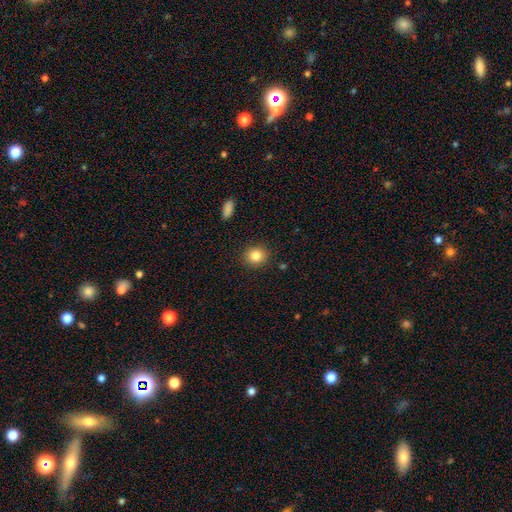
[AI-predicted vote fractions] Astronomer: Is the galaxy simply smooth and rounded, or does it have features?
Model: smooth — 84%.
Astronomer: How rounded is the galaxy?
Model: round — 76%.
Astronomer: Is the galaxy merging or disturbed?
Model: none — 89%.